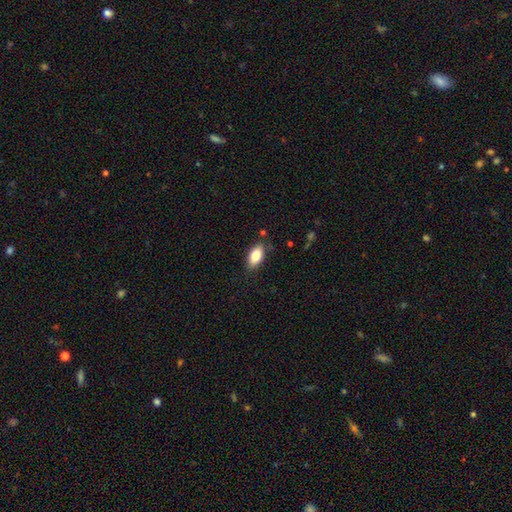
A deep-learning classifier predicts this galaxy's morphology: Smooth or featured: smooth — 82% (featured or disk — 11%)
How rounded: in between — 91% (cigar-shaped — 6%)
Merging: none — 82% (minor disturbance — 13%)